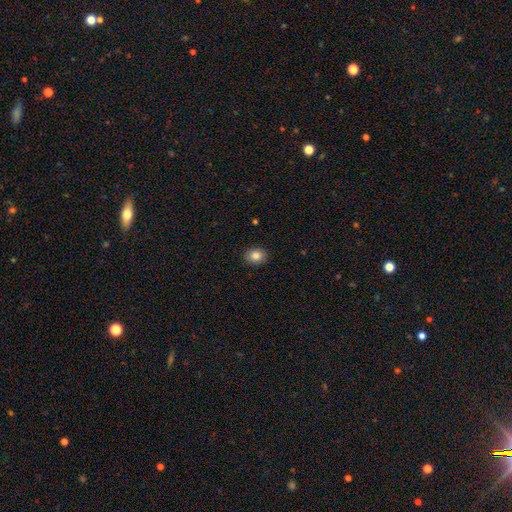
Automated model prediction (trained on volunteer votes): Overall: smooth (85%). How rounded: round (56%; in between 44%). Merging: none (90%).